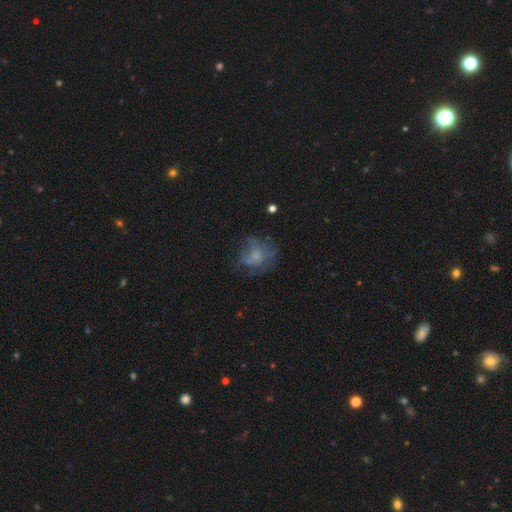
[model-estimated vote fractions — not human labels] smooth-or-featured: smooth: 45% | featured or disk: 40% | star or artifact: 15%
  merging: none: 53% | major disturbance: 24% | minor disturbance: 21% | merger: 3%